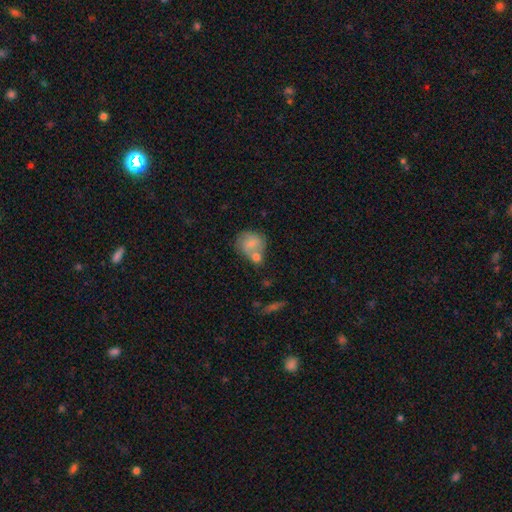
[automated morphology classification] smooth_or_featured: smooth (p=0.68) [alt: featured or disk p=0.23]
how_rounded: round (p=0.68) [alt: in between p=0.30]
merging: merger (p=0.40) [tied with: none p=0.40]